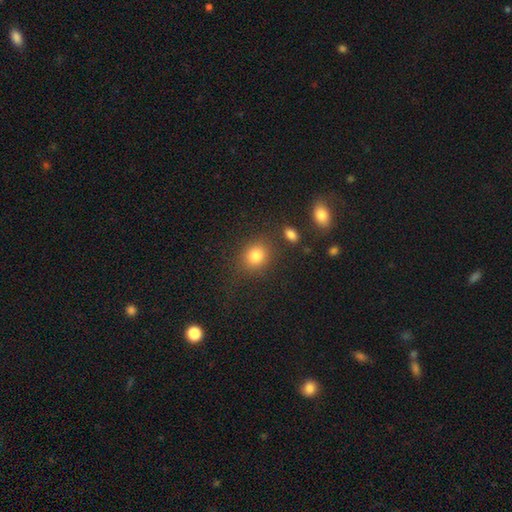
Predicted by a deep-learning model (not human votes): A smooth galaxy with no disk features (82%) that is round (70%).

Vote fractions:
- Smooth or featured? smooth: 82% / star or artifact: 11% / featured or disk: 7%
- How rounded? round: 70% / in between: 29% / cigar-shaped: 1%
- Merging? none: 79% / minor disturbance: 11% / merger: 5% / major disturbance: 5%